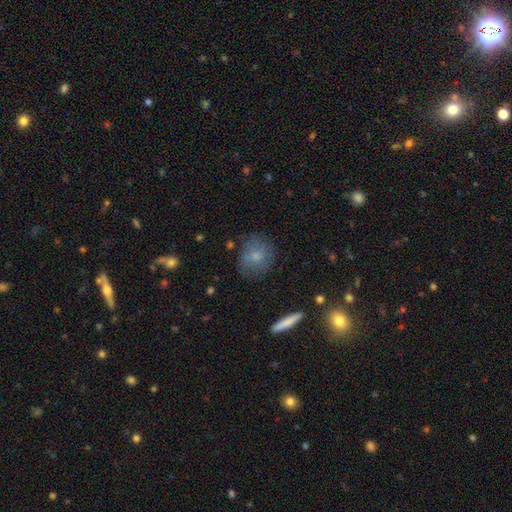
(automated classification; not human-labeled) Morphology: type=smooth (72%); roundness=round (75%); merging=none (71%).